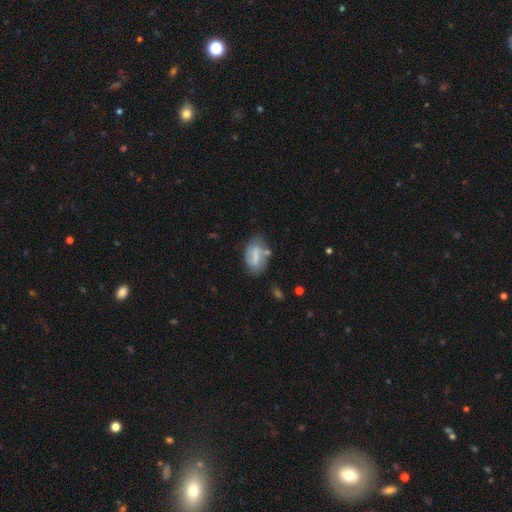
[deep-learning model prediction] A featured or disk galaxy (47%).

Vote fractions:
- Smooth or featured? featured or disk: 47% / smooth: 45% / star or artifact: 8%
- Merging? none: 59% / minor disturbance: 25% / major disturbance: 9% / merger: 8%